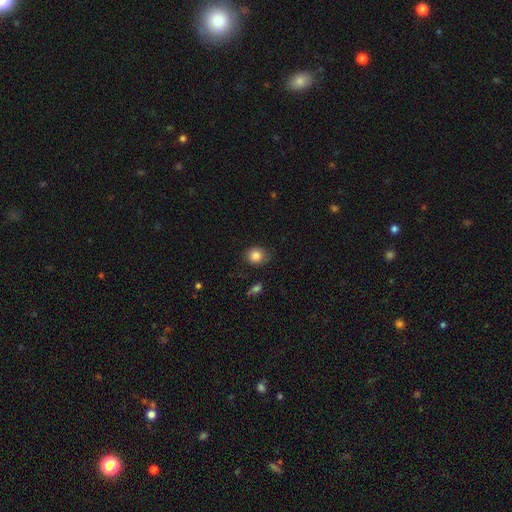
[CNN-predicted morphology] Q: Smooth or featured?
A: smooth (84%); runner-up: star or artifact (9%)
Q: How rounded?
A: round (66%); runner-up: in between (33%)
Q: Merging?
A: none (74%); runner-up: minor disturbance (20%)